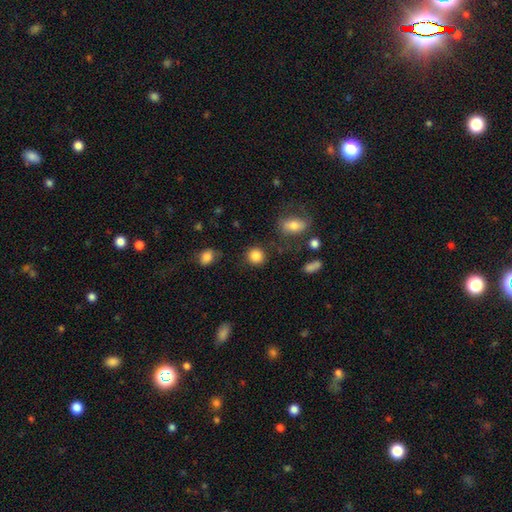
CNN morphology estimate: Smooth or featured: smooth — 85% (star or artifact — 10%)
How rounded: round — 88% (in between — 11%)
Merging: none — 83% (minor disturbance — 9%)